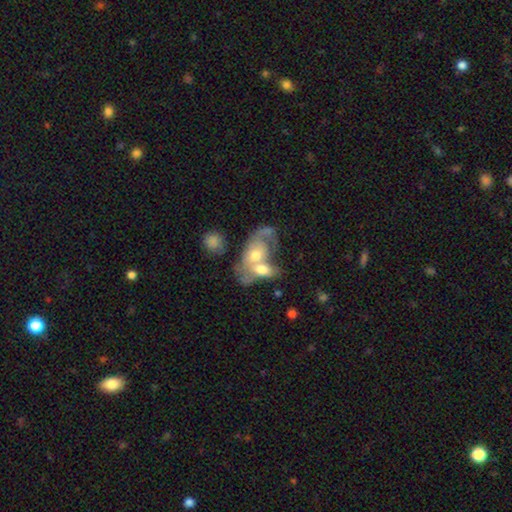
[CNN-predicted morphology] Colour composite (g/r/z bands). It shows a featured or disk galaxy (52%). Merging: merger (72%).